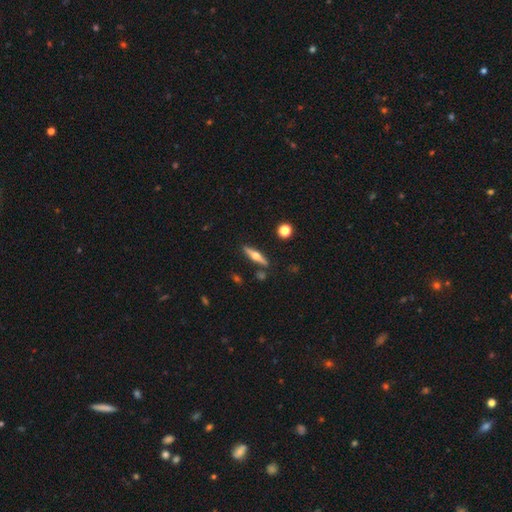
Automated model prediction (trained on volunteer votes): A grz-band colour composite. It shows a featured or disk galaxy (64%) viewed edge-on (95%) with a rounded central bulge (95%). Merging: none (85%).